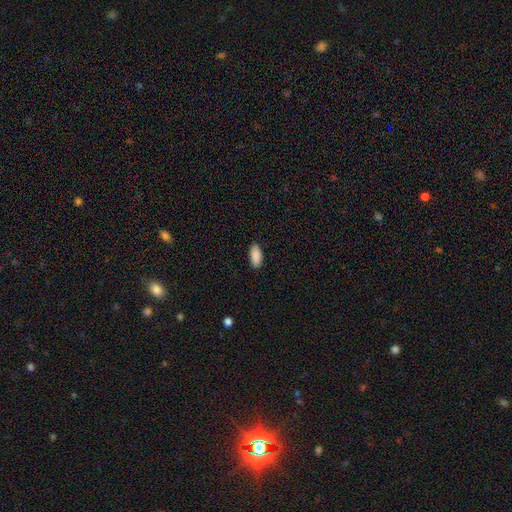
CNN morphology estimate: Smooth or featured? smooth (91%)
How rounded? in between (89%)
Merging? none (89%)